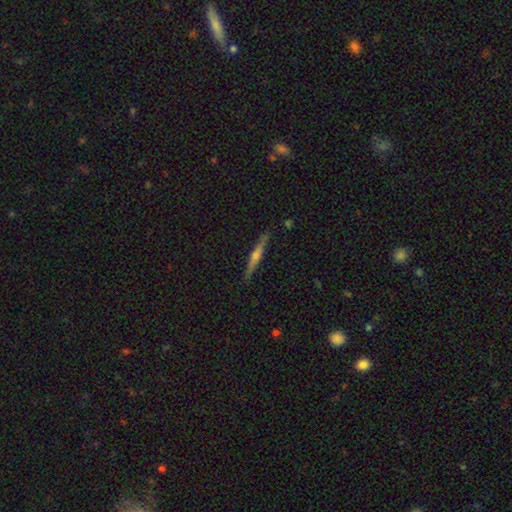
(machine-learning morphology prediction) The model was most divided on "smooth or featured": featured or disk: 73%, smooth: 20%, star or artifact: 7%. More confident: edge-on disk — yes (98%); merging — none (91%); edge-on bulge — rounded (84%).